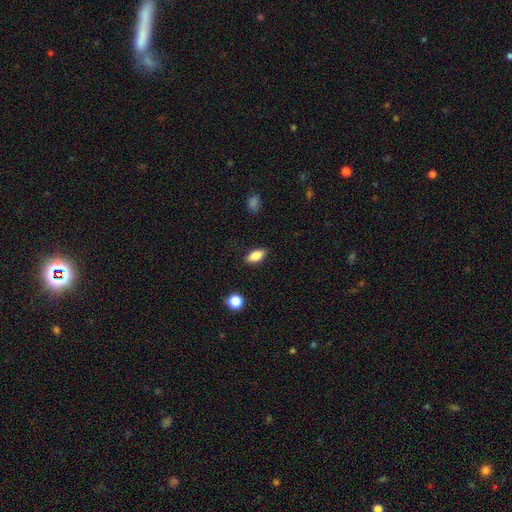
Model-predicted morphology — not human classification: Q: Smooth or featured?
A: smooth (80%); runner-up: featured or disk (12%)
Q: How rounded?
A: in between (86%); runner-up: cigar-shaped (10%)
Q: Merging?
A: none (87%); runner-up: minor disturbance (10%)